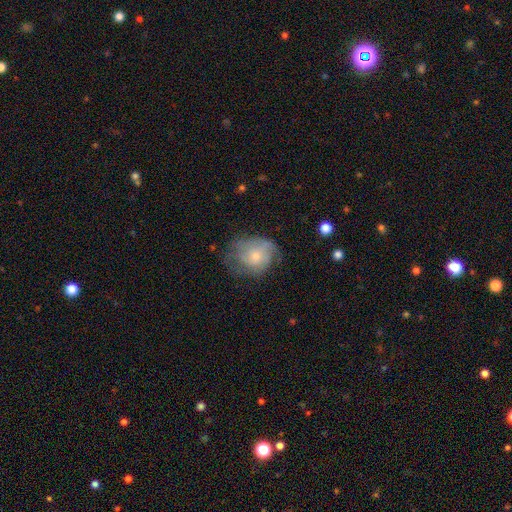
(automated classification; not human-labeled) Overall: featured or disk (47%; smooth 43%). Merging: none (55%; minor disturbance 28%).